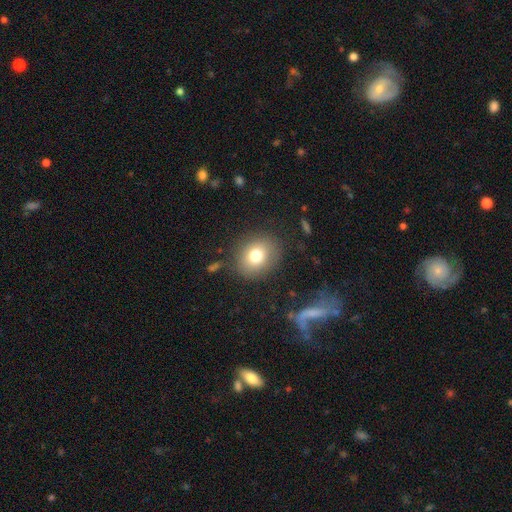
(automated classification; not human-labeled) smooth 76%, featured or disk 13%, star or artifact 12%. Down the decision tree: how rounded — round (71%); merging — none (84%).